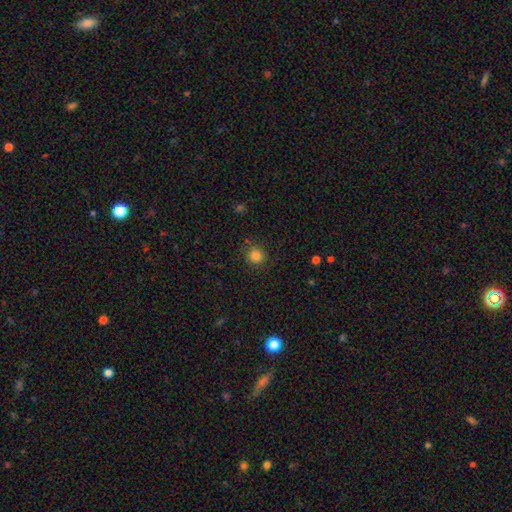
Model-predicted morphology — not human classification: Smooth or featured? Predicted: smooth (p=0.83). How rounded? Predicted: round (p=0.90). Merging? Predicted: none (p=0.85).